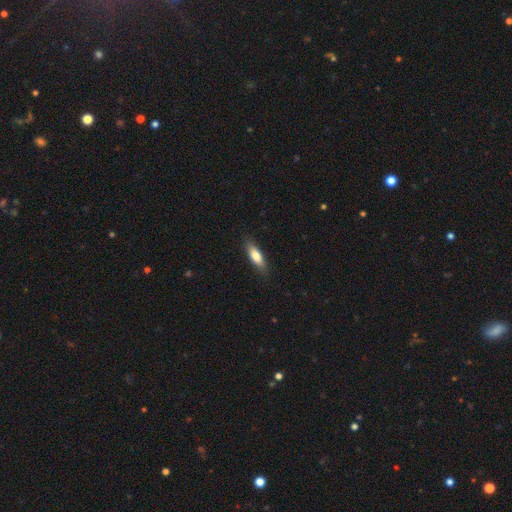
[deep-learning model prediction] The model was most divided on "how rounded" (2-way tie): cigar-shaped: 49%, in between: 49%, round: 2%. More confident: merging — none (85%); smooth or featured — smooth (74%).